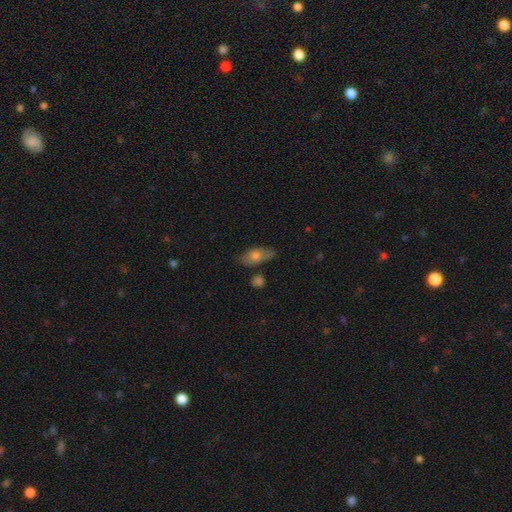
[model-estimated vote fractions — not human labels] A smooth galaxy with no disk features (65%) that is in between round and cigar-shaped (82%). Merging: none (68%).